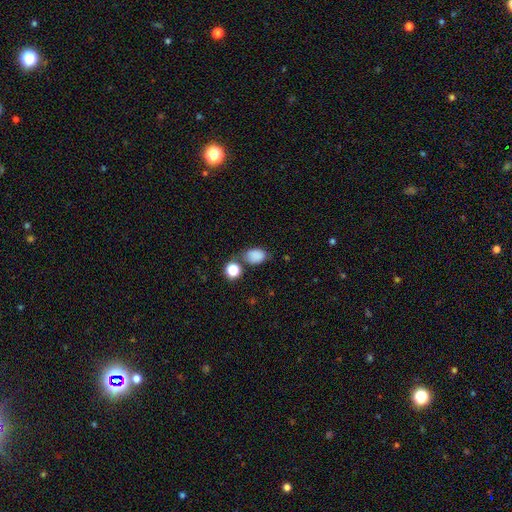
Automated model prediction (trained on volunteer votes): A smooth galaxy with no disk features (85%) that is in between round and cigar-shaped (73%).

Vote fractions:
- Smooth or featured? smooth: 85% / star or artifact: 10% / featured or disk: 5%
- How rounded? in between: 73% / round: 26% / cigar-shaped: 1%
- Merging? none: 63% / minor disturbance: 19% / merger: 11% / major disturbance: 6%